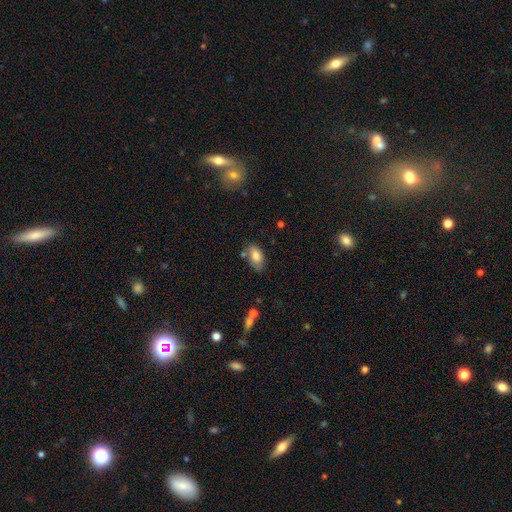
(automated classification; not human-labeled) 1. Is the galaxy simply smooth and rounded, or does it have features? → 80% smooth, 12% featured or disk, 7% star or artifact.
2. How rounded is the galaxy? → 93% in between, 5% round, 3% cigar-shaped.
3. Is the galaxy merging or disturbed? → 66% none, 21% minor disturbance, 8% merger, 5% major disturbance.